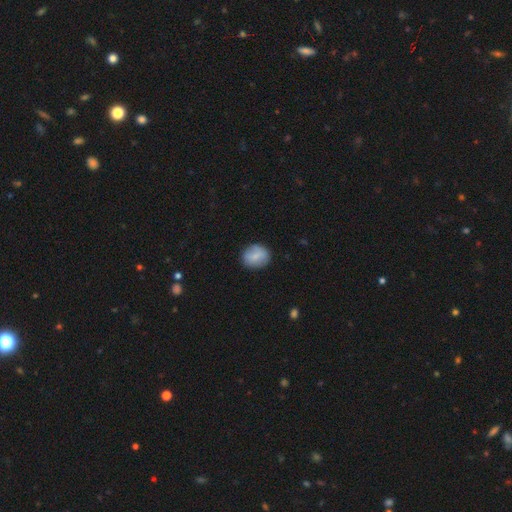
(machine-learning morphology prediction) Overall: smooth (77%). How rounded: round (60%; in between 38%). Merging: none (82%).